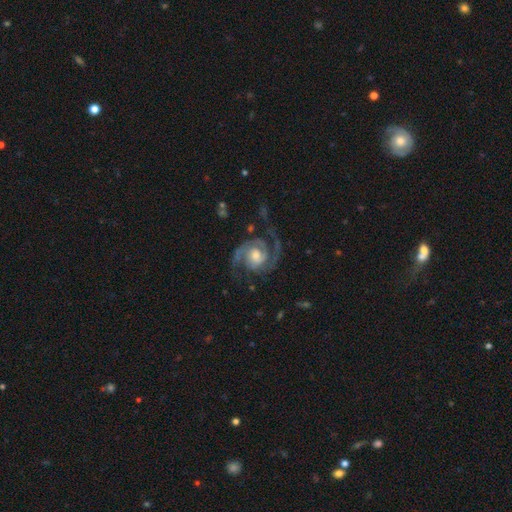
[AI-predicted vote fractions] Morphology: type=featured or disk (92%); edge-on=no (98%); bar=no (60%); spiral arms=yes (98%); winding=medium (53%); arm count=2 (90%); bulge=moderate (60%); merging=none (72%).